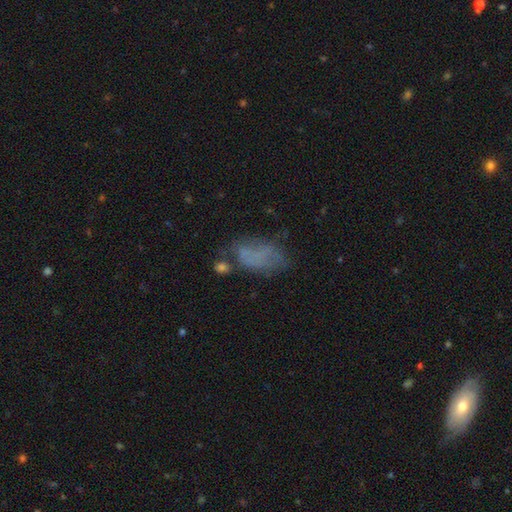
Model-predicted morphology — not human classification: smooth-or-featured: smooth: 52% | featured or disk: 32% | star or artifact: 16%
  how-rounded: in between: 89% | round: 6% | cigar-shaped: 5%
  merging: none: 39% | major disturbance: 24% | minor disturbance: 24% | merger: 13%